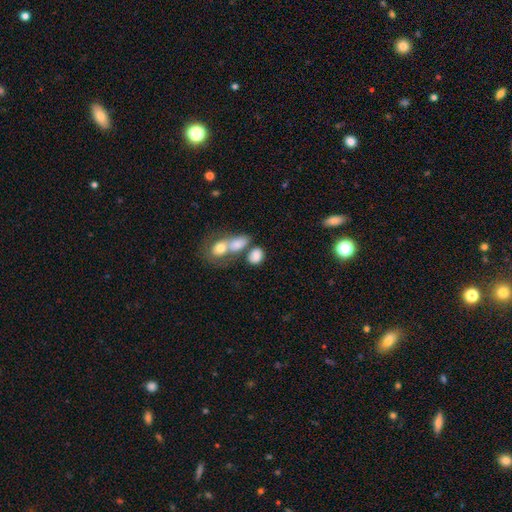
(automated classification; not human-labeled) smooth-or-featured: smooth: 80% | featured or disk: 10% | star or artifact: 9%
  how-rounded: in between: 66% | round: 31% | cigar-shaped: 2%
  merging: merger: 42% | none: 38% | minor disturbance: 13% | major disturbance: 8%